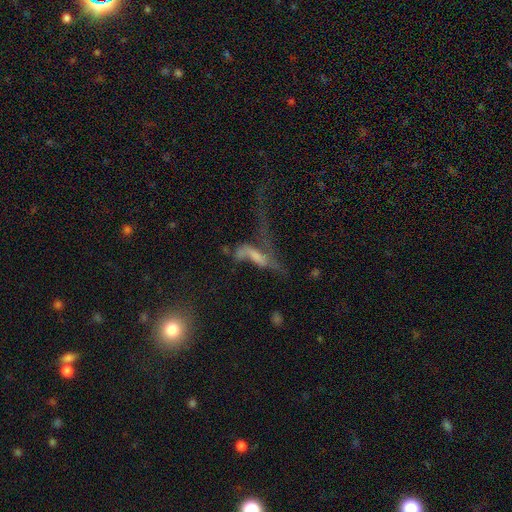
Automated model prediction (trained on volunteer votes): Smooth or featured? featured or disk (47%)
Merging? major disturbance (52%)